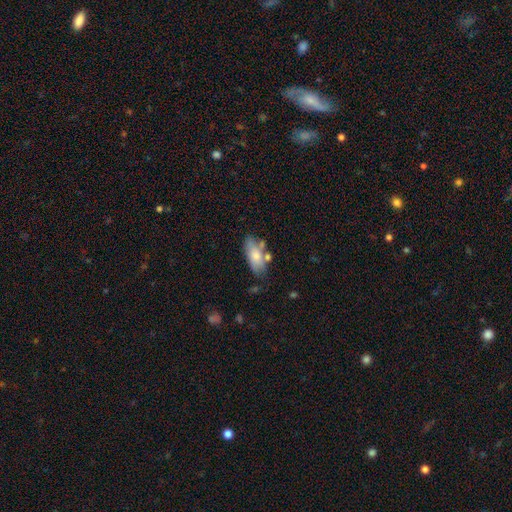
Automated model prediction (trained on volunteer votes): Smooth or featured?
  - smooth: 73% *
  - featured or disk: 21%
  - star or artifact: 7%
How rounded?
  - in between: 87% *
  - cigar-shaped: 10%
  - round: 3%
Merging?
  - none: 55% *
  - minor disturbance: 23%
  - merger: 14%
  - major disturbance: 7%